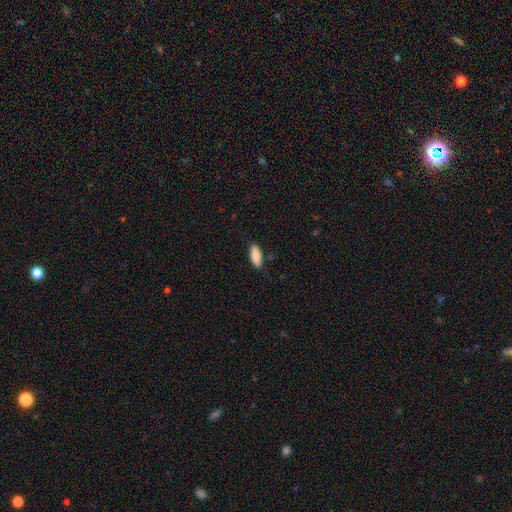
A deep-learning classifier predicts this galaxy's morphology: Smooth or featured?
  - smooth: 88% *
  - star or artifact: 6%
  - featured or disk: 6%
How rounded?
  - in between: 73% *
  - cigar-shaped: 25%
  - round: 2%
Merging?
  - none: 81% *
  - minor disturbance: 14%
  - major disturbance: 3%
  - merger: 2%